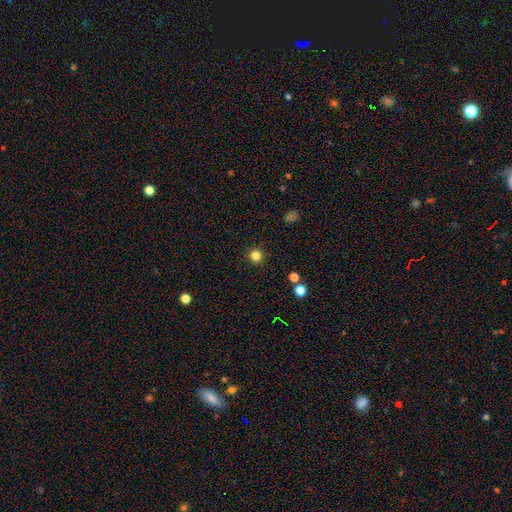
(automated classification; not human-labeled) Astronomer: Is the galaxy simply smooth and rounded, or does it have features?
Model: smooth — 82%.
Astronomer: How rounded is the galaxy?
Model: round — 93%.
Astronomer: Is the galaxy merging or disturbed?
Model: none — 92%.